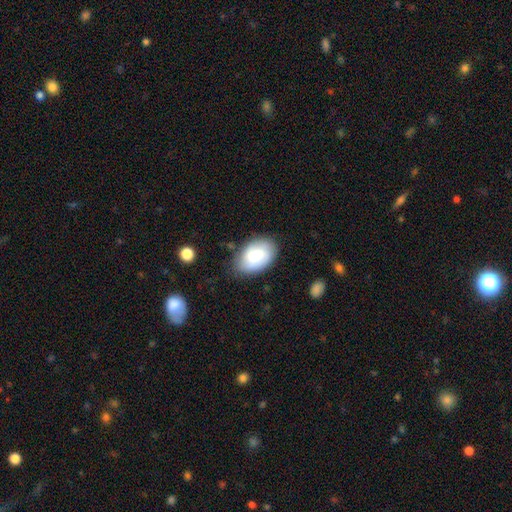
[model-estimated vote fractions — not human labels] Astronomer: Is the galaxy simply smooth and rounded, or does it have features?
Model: smooth — 69%.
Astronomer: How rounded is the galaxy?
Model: in between — 90%.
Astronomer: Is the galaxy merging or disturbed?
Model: none — 76%.